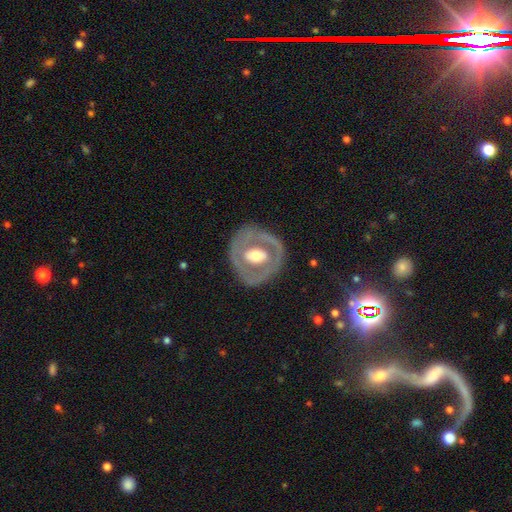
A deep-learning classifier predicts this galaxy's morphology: A featured or disk galaxy (68%) with no bar (48%), no spiral arms (73%) and a moderate central bulge (64%).

Vote fractions:
- Smooth or featured? featured or disk: 68% / smooth: 27% / star or artifact: 5%
- Edge-on disk? no: 94% / yes: 6%
- Bar? no: 48% / weak: 29% / strong: 22%
- Spiral arms? no: 73% / yes: 27%
- Bulge size? moderate: 64% / large: 22% / small: 11% / dominant: 2% / none: 1%
- Merging? none: 74% / minor disturbance: 16% / major disturbance: 8% / merger: 2%